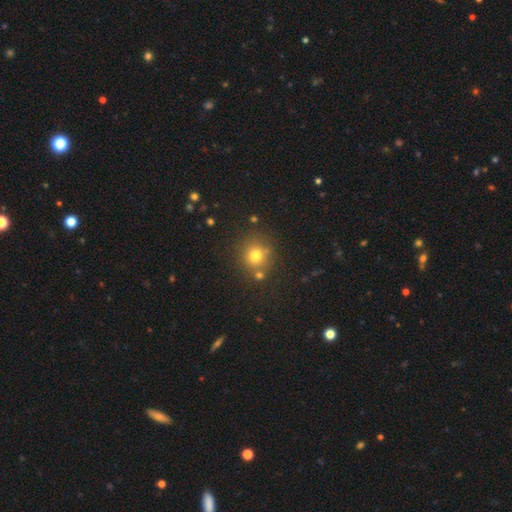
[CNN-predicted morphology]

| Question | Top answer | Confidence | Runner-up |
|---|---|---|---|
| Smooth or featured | smooth | 75% | star or artifact (16%) |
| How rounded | round | 87% | in between (12%) |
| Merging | none | 74% | merger (12%) |